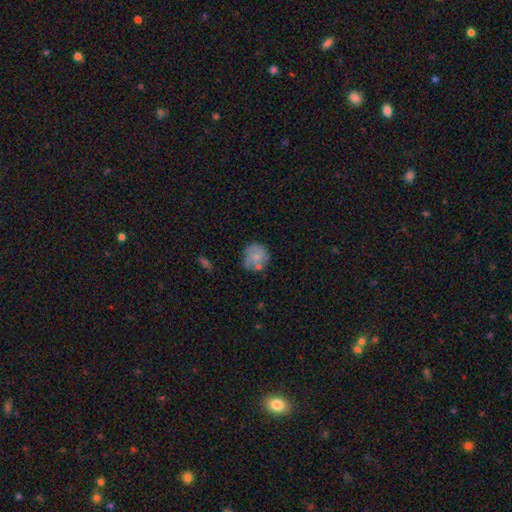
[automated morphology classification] Q: Smooth or featured?
A: smooth (52%); runner-up: featured or disk (39%)
Q: How rounded?
A: round (85%); runner-up: in between (14%)
Q: Merging?
A: none (60%); runner-up: minor disturbance (23%)